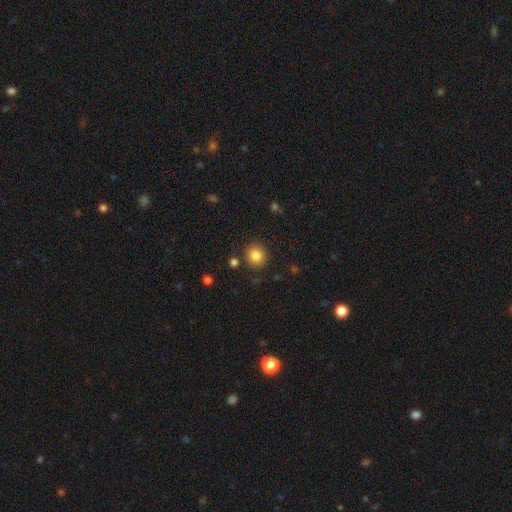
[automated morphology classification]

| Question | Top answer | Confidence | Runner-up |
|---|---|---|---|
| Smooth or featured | smooth | 84% | star or artifact (11%) |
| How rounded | round | 85% | in between (14%) |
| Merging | none | 85% | minor disturbance (9%) |